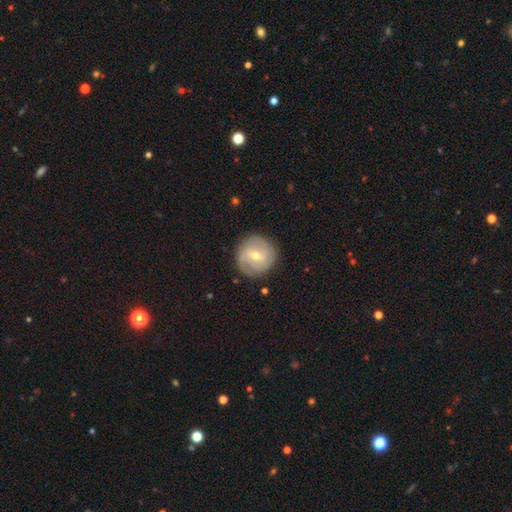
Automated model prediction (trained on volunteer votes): Smooth or featured?
  - featured or disk: 66% *
  - smooth: 26%
  - star or artifact: 8%
Edge-on disk?
  - no: 97% *
  - yes: 3%
Bar?
  - weak: 50% *
  - no: 33%
  - strong: 17%
Spiral arms?
  - yes: 83% *
  - no: 17%
Spiral winding?
  - tight: 53% *
  - medium: 33%
  - loose: 14%
Spiral arm count?
  - 2: 42% *
  - can't tell: 31%
  - 3: 14%
  - 1: 5%
  - 4: 4%
  - more than 4: 3%
Bulge size?
  - moderate: 52% *
  - small: 45%
  - large: 1%
  - none: 1%
  - dominant: 1%
Merging?
  - none: 84% *
  - minor disturbance: 11%
  - major disturbance: 3%
  - merger: 1%